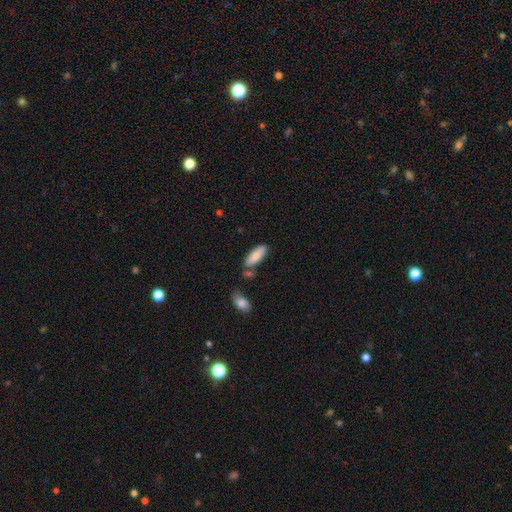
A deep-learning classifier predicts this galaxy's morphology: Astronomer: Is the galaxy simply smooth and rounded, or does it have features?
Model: smooth — 82%.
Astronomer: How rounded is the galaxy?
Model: in between — 72%.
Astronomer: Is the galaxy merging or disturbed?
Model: none — 70%.